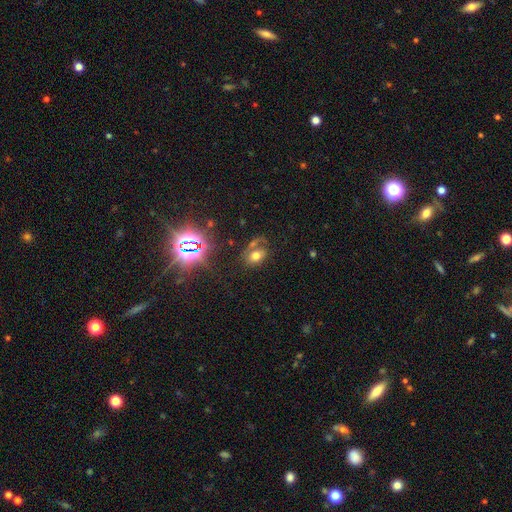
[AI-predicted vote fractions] A smooth galaxy with no disk features (55%) that is in between round and cigar-shaped (73%).

Vote fractions:
- Smooth or featured? smooth: 55% / star or artifact: 23% / featured or disk: 22%
- How rounded? in between: 73% / round: 25% / cigar-shaped: 1%
- Merging? none: 50% / minor disturbance: 18% / merger: 17% / major disturbance: 15%